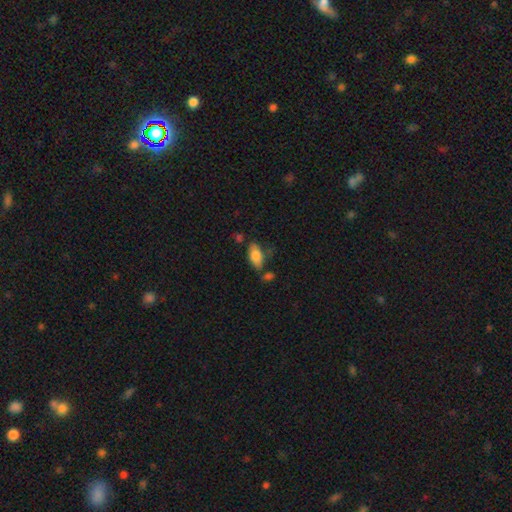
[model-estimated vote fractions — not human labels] smooth 81%, featured or disk 12%, star or artifact 7%. Down the decision tree: how rounded — in between (89%); merging — none (63%).